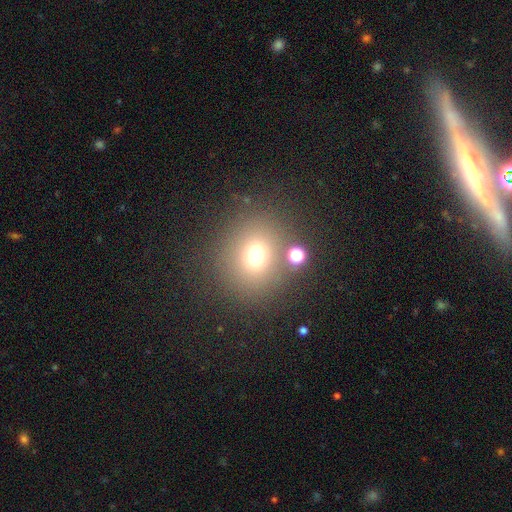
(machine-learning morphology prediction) A smooth galaxy with no disk features (70%) that is round (83%).

Vote fractions:
- Smooth or featured? smooth: 70% / star or artifact: 20% / featured or disk: 11%
- How rounded? round: 83% / in between: 16% / cigar-shaped: 1%
- Merging? none: 77% / minor disturbance: 9% / merger: 8% / major disturbance: 6%